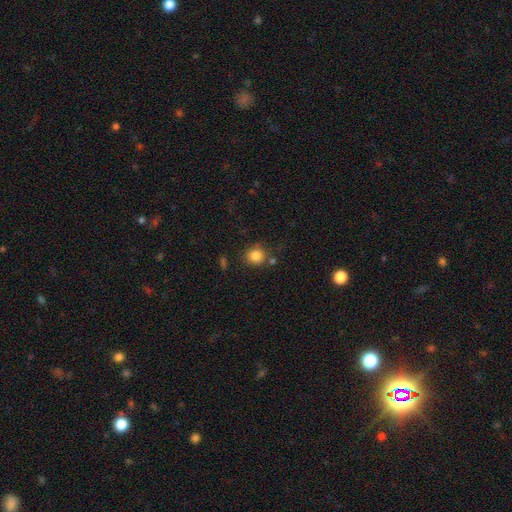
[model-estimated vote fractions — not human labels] The model was most divided on "merging": none: 76%, minor disturbance: 12%, merger: 7%, major disturbance: 4%. More confident: how rounded — round (85%); smooth or featured — smooth (84%).